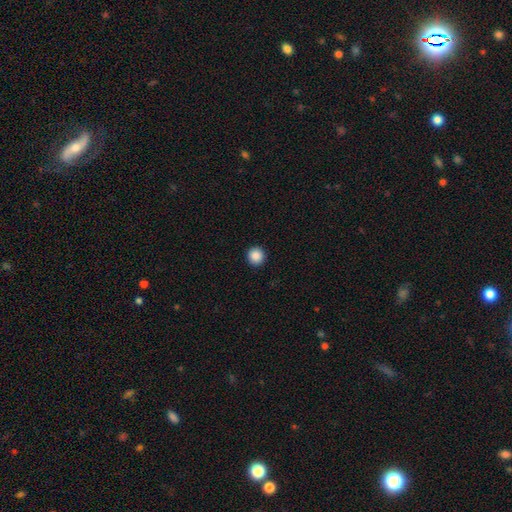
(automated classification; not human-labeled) Overall: smooth (88%). How rounded: round (95%). Merging: none (93%).